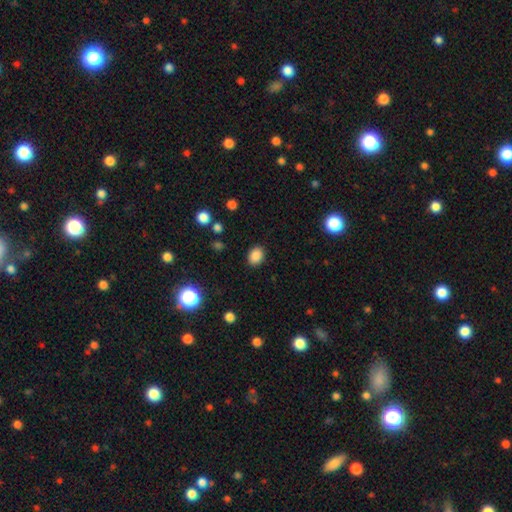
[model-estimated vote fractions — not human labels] Smooth or featured?
  - smooth: 86% *
  - star or artifact: 10%
  - featured or disk: 3%
How rounded?
  - in between: 62% *
  - round: 37%
  - cigar-shaped: 1%
Merging?
  - none: 88% *
  - minor disturbance: 9%
  - major disturbance: 3%
  - merger: 1%